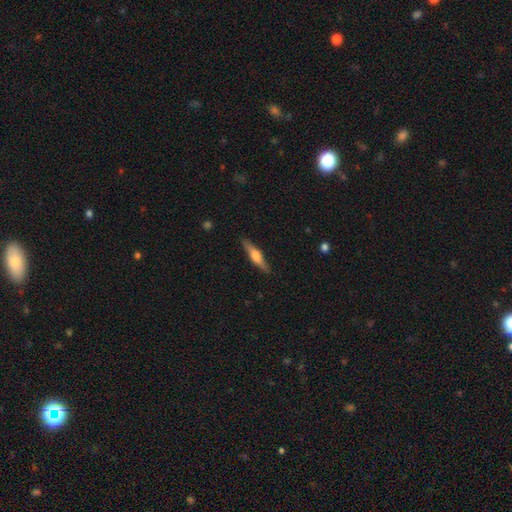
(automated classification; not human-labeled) smooth_or_featured: featured or disk (p=0.59) [alt: smooth p=0.35]
disk_edge_on: yes (p=0.96) [alt: no p=0.04]
edge_on_bulge: rounded (p=0.88) [alt: boxy p=0.08]
merging: none (p=0.89) [alt: minor disturbance p=0.08]